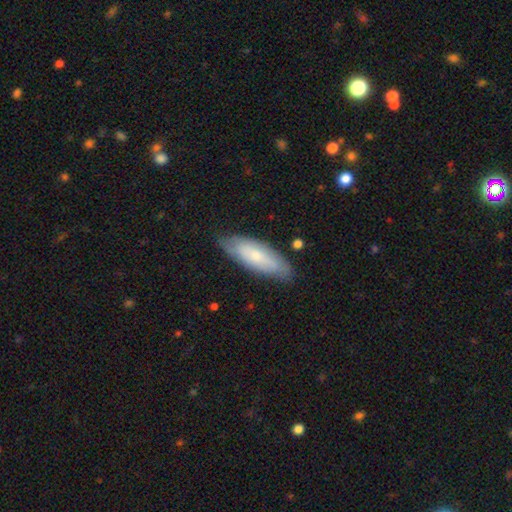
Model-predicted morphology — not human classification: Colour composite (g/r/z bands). It shows a smooth galaxy with no disk features (63%) that is in between round and cigar-shaped (65%). Merging: none (79%).